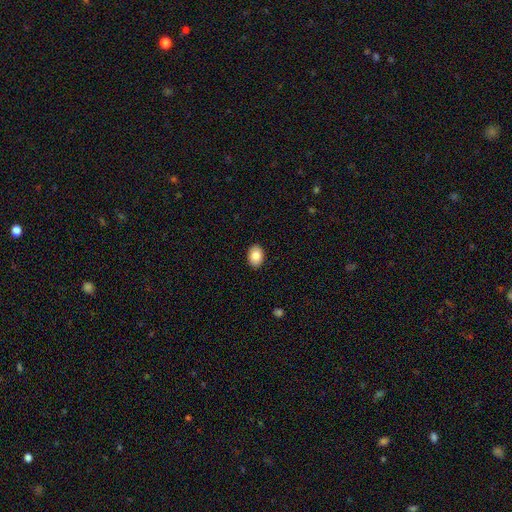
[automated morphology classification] A smooth galaxy with no disk features (85%) that is in between round and cigar-shaped (78%). Merging: none (91%).